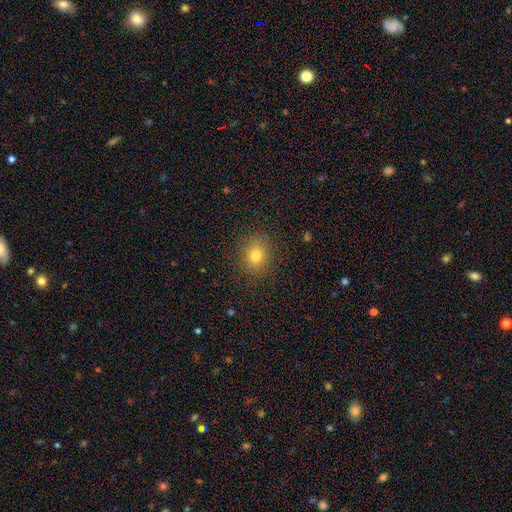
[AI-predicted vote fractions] smooth_or_featured: smooth (p=0.79) [alt: star or artifact p=0.13]
how_rounded: round (p=0.59) [alt: in between p=0.40]
merging: none (p=0.88) [alt: minor disturbance p=0.08]